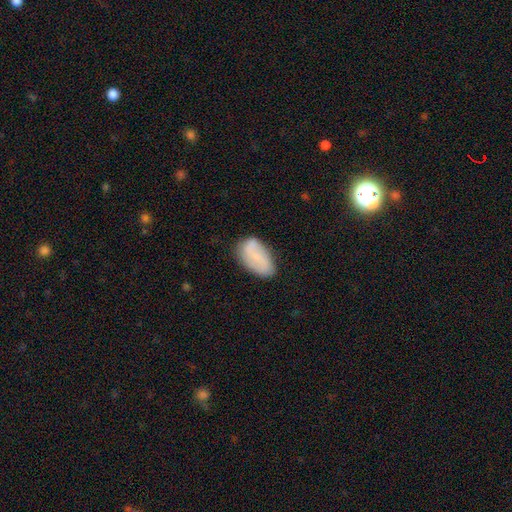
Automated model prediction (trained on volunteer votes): Smooth or featured? smooth (59%)
How rounded? in between (93%)
Merging? none (70%)